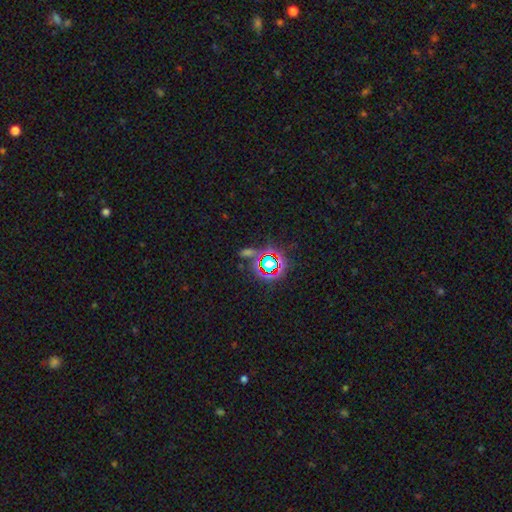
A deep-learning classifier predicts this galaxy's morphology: The model was most divided on "smooth or featured": star or artifact: 77%, smooth: 14%, featured or disk: 9%.